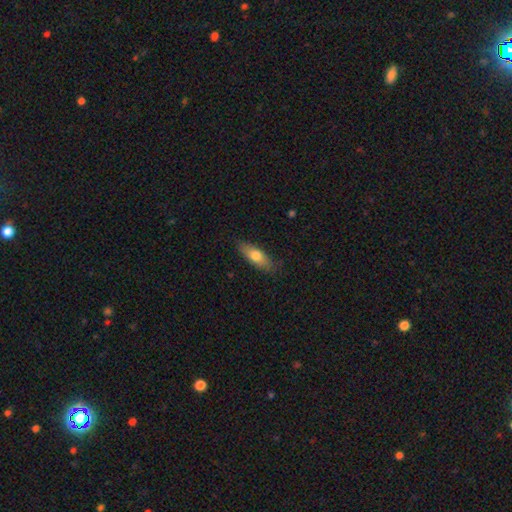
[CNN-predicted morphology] Smooth or featured? smooth (70%)
How rounded? in between (65%)
Merging? none (82%)